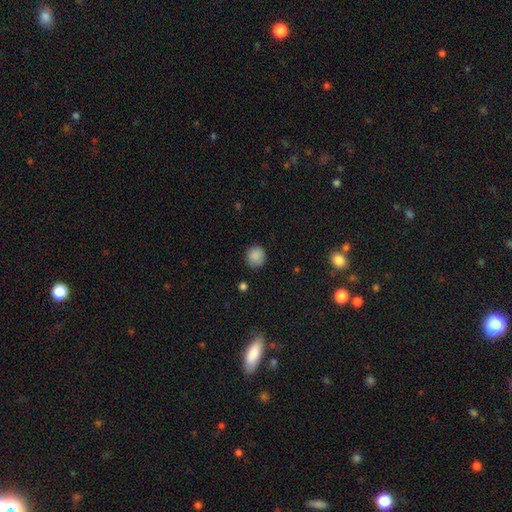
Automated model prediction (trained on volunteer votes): This is clearly a smooth galaxy (87%). How rounded: clearly round (91%). Merging: clearly none (84%).